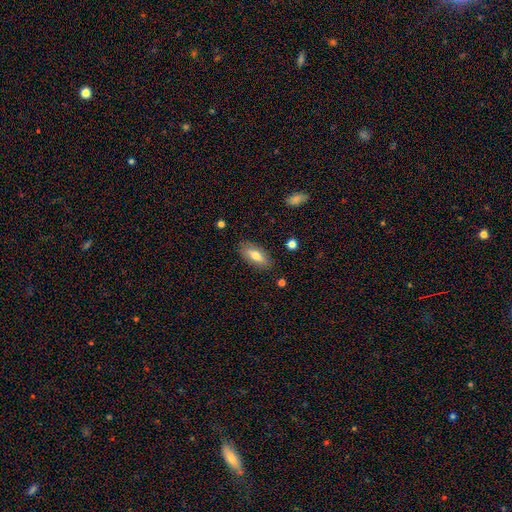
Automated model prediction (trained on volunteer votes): Smooth or featured? Predicted: smooth (p=0.73). How rounded? Predicted: in between (p=0.79). Merging? Predicted: none (p=0.85).